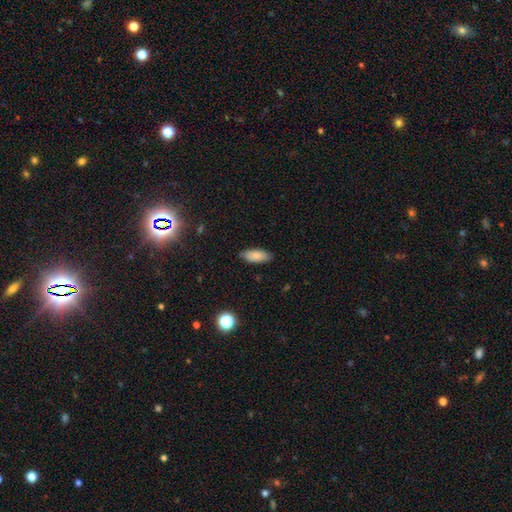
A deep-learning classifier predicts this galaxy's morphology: Smooth or featured? Predicted: smooth (p=0.85). How rounded? Predicted: in between (p=0.82). Merging? Predicted: none (p=0.87).